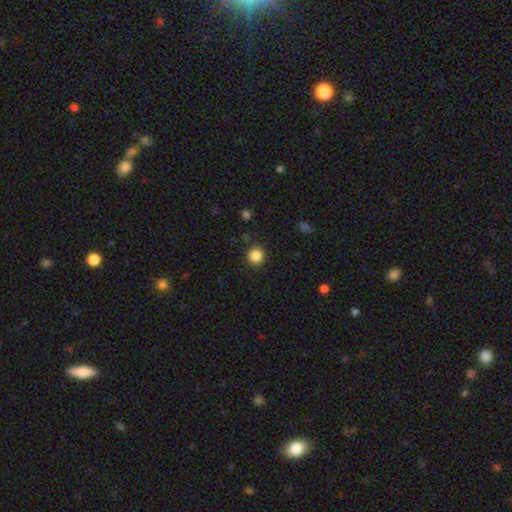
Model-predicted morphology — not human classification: smooth-or-featured: smooth: 86% | star or artifact: 11% | featured or disk: 3%
  how-rounded: round: 94% | in between: 5% | cigar-shaped: 1%
  merging: none: 89% | minor disturbance: 7% | major disturbance: 2% | merger: 1%